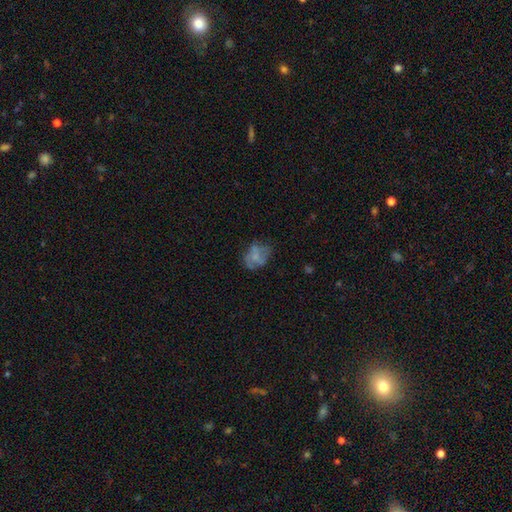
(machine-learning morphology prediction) This appears to be a smooth galaxy with no disk features (46%). Merging: none (49%).